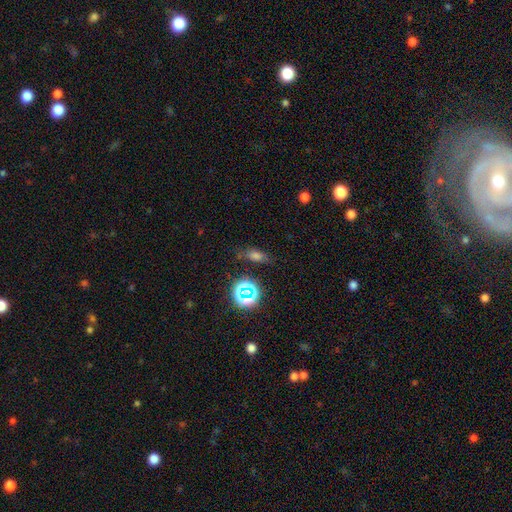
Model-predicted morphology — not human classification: Smooth or featured: smooth — 66% (star or artifact — 23%)
How rounded: in between — 71% (cigar-shaped — 16%)
Merging: none — 73% (minor disturbance — 18%)